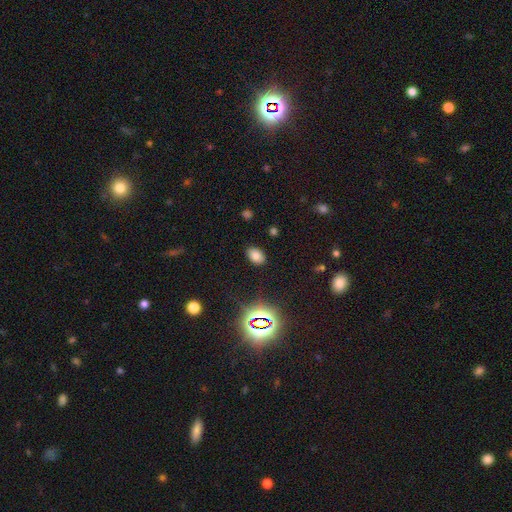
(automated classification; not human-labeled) Q: Smooth or featured?
A: smooth (74%); runner-up: star or artifact (19%)
Q: How rounded?
A: in between (82%); runner-up: round (17%)
Q: Merging?
A: none (86%); runner-up: minor disturbance (9%)